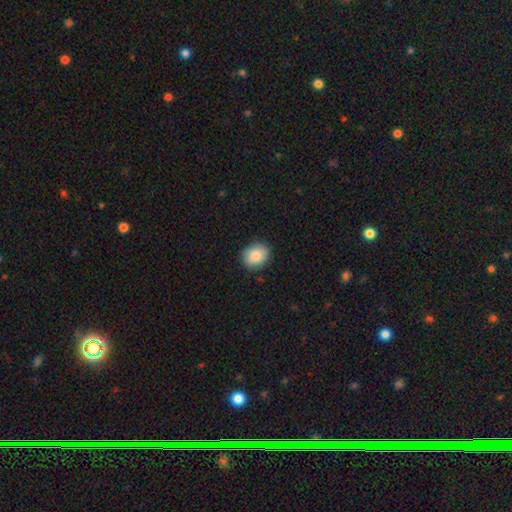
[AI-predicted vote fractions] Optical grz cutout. It shows a smooth galaxy with no disk features (87%) that is round (52%). Merging: none (86%).